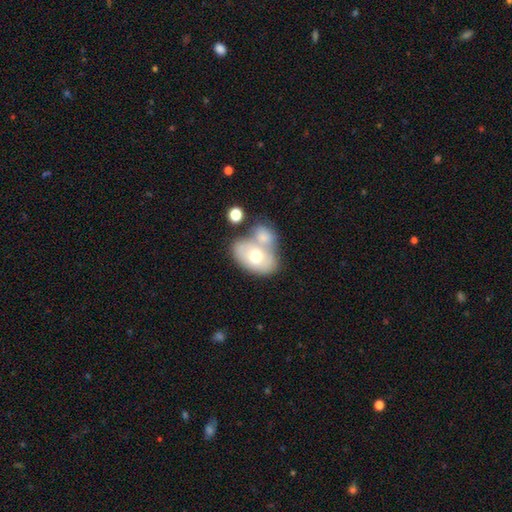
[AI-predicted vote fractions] smooth-or-featured: smooth: 62% | featured or disk: 30% | star or artifact: 7%
  how-rounded: in between: 81% | round: 18% | cigar-shaped: 1%
  merging: merger: 45% | none: 36% | minor disturbance: 13% | major disturbance: 6%